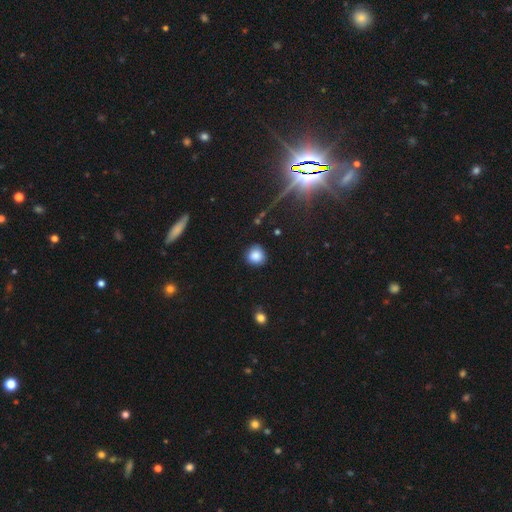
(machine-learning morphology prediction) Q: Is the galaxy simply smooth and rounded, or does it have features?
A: smooth — 83%.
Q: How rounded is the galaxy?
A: round — 89%.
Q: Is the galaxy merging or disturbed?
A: none — 86%.